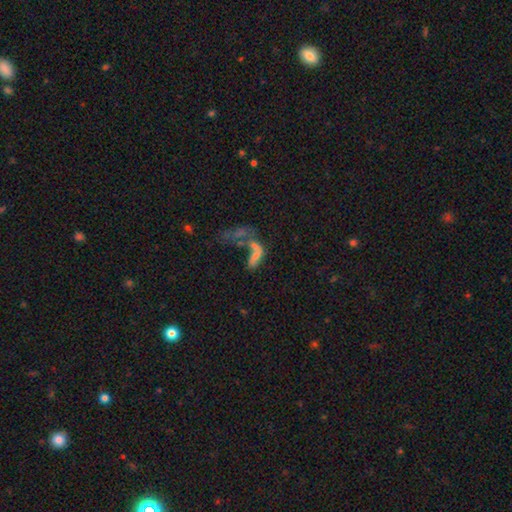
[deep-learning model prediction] Smooth or featured? smooth (44%)
Merging? merger (56%)